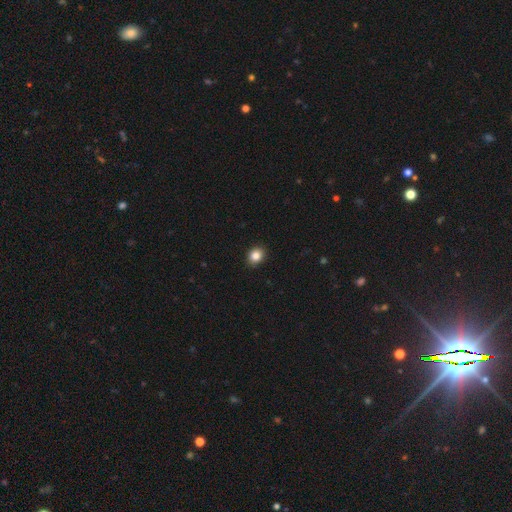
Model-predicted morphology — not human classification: A smooth galaxy with no disk features (85%) that is round (64%). Merging: none (91%).